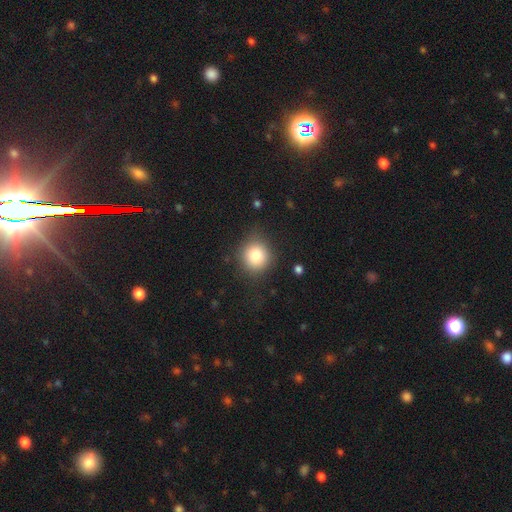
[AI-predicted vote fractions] Morphology: type=smooth (82%); roundness=round (87%); merging=none (81%).